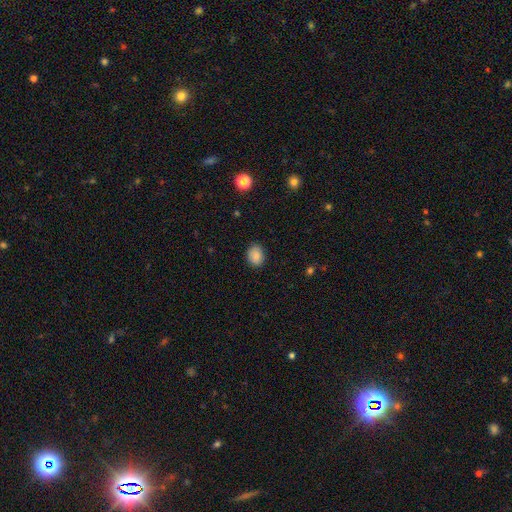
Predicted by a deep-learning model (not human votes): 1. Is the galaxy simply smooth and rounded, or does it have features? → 87% smooth, 8% star or artifact, 5% featured or disk.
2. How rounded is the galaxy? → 59% in between, 40% round, 1% cigar-shaped.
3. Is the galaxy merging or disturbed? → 86% none, 11% minor disturbance, 2% major disturbance, 1% merger.